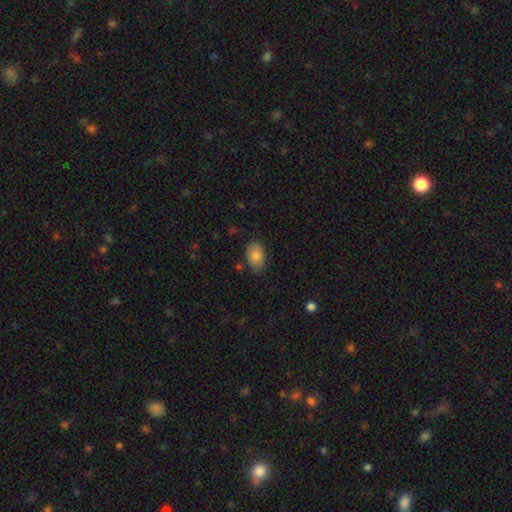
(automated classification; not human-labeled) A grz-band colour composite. It shows a smooth galaxy with no disk features (83%) that is in between round and cigar-shaped (89%). Merging: none (79%).